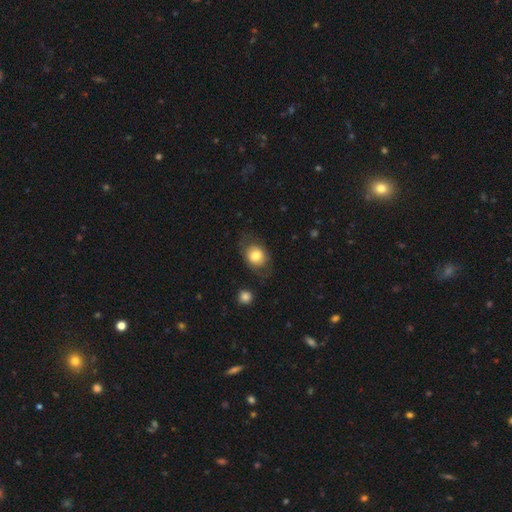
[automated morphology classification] A smooth galaxy with no disk features (76%) that is round (55%). Merging: none (69%).